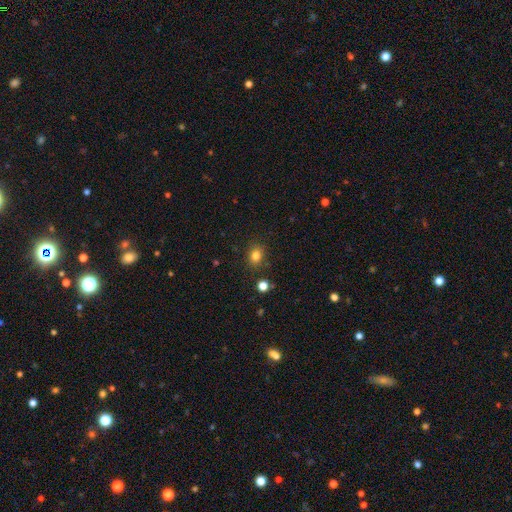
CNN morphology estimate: type=smooth (80%); roundness=round (55%); merging=none (85%).